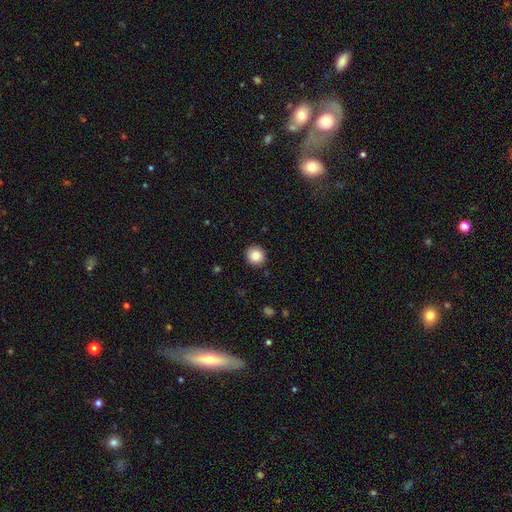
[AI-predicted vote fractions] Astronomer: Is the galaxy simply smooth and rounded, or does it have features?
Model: smooth — 86%.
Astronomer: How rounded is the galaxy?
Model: round — 93%.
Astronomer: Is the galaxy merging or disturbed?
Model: none — 91%.